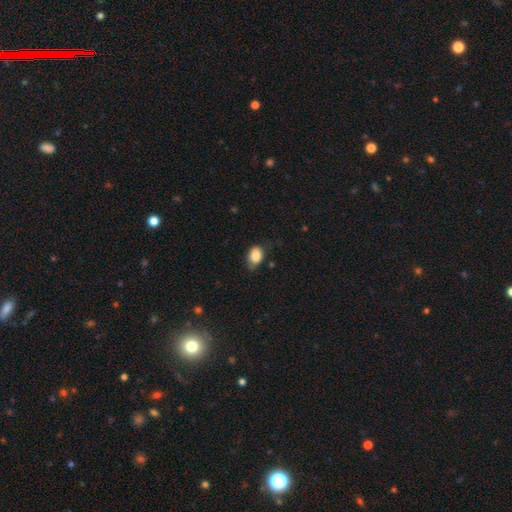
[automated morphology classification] This appears to be a smooth galaxy with no disk features (86%) that is in between round and cigar-shaped (79%). Merging: none (60%).